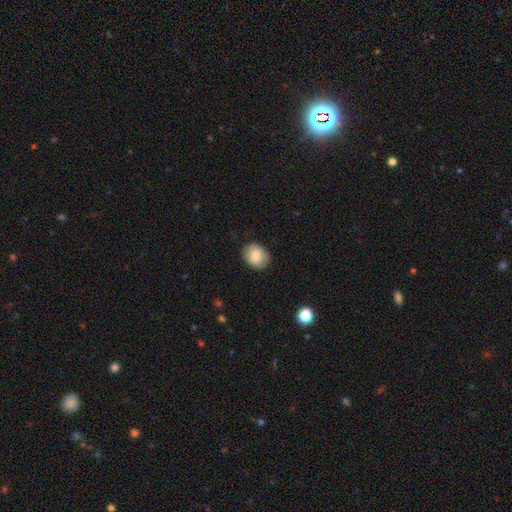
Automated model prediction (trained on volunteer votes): This is clearly a smooth galaxy (81%). How rounded: possibly in between (50%). Merging: clearly none (84%).